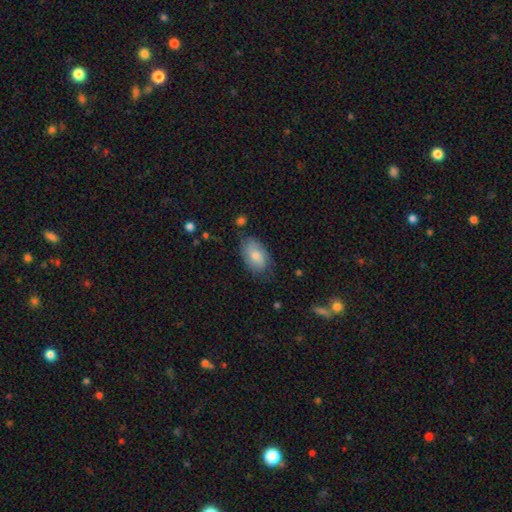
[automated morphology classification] Smooth or featured? smooth (63%)
How rounded? in between (92%)
Merging? none (67%)